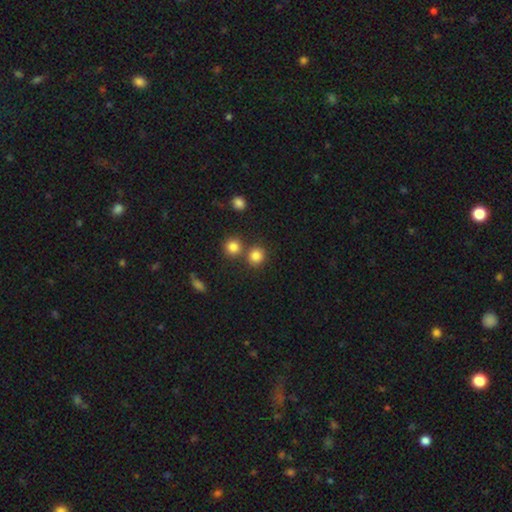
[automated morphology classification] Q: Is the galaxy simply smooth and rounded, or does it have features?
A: smooth — 82%.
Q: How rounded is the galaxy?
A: round — 87%.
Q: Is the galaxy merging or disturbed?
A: none — 68%.